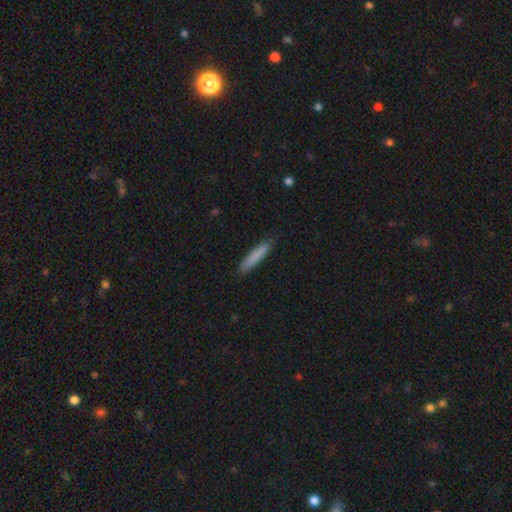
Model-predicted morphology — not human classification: type=smooth (82%); roundness=cigar-shaped (91%); merging=none (86%).